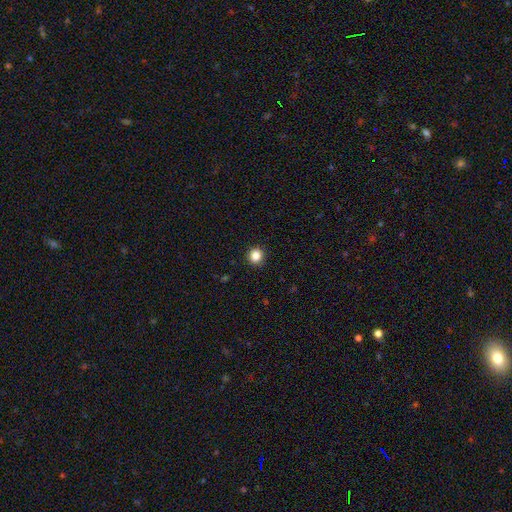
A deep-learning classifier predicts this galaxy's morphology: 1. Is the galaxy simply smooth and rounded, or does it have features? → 85% smooth, 11% star or artifact, 4% featured or disk.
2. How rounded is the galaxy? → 90% round, 9% in between, 1% cigar-shaped.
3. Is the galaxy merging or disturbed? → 92% none, 6% minor disturbance, 2% major disturbance, 1% merger.